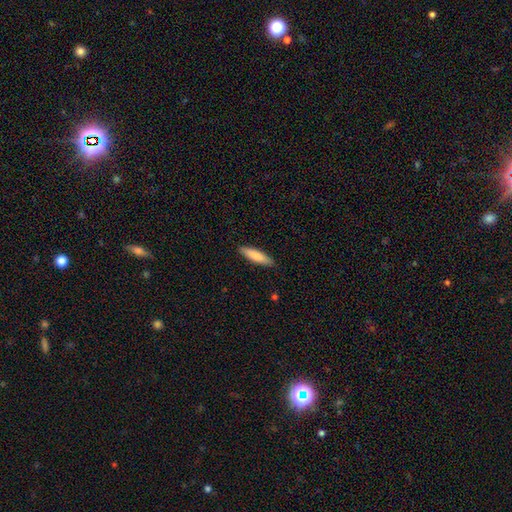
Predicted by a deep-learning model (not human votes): Smooth or featured? Predicted: smooth (p=0.81). How rounded? Predicted: cigar-shaped (p=0.70). Merging? Predicted: none (p=0.89).